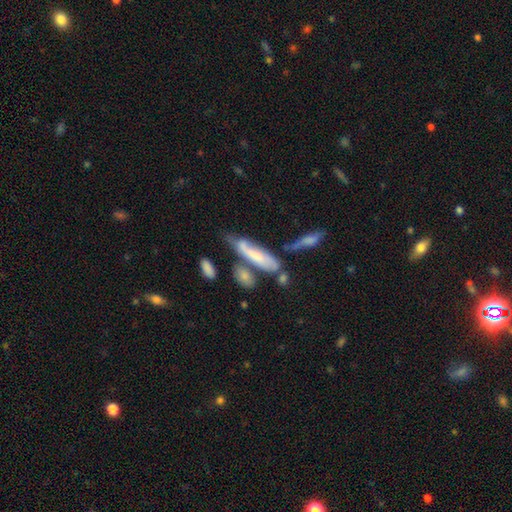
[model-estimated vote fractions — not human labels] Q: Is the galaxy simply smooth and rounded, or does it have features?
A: smooth — 51%.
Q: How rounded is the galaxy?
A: cigar-shaped — 57%.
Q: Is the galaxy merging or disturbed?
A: none — 37%.